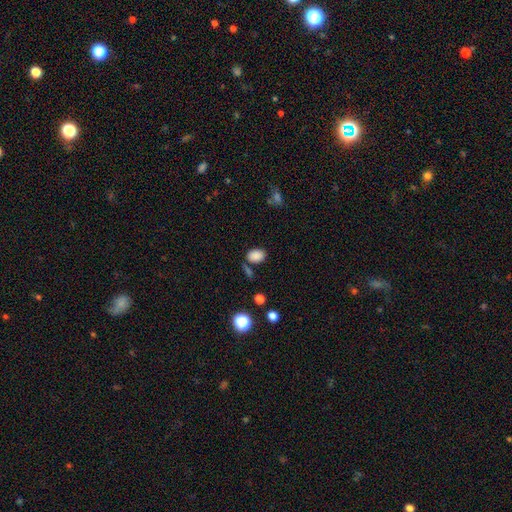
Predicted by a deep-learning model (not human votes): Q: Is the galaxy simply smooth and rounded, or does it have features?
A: smooth — 85%.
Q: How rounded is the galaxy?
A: in between — 81%.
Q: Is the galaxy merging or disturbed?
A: none — 73%.